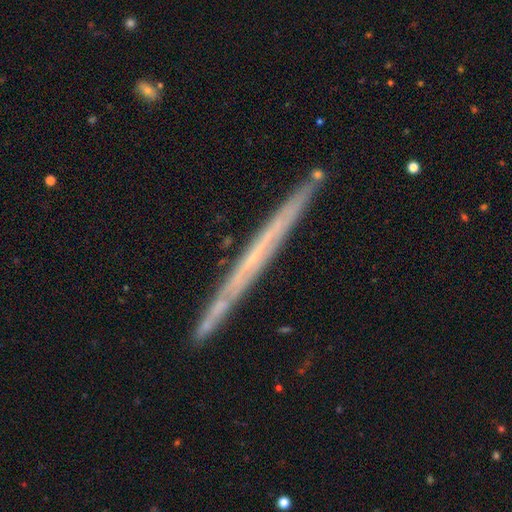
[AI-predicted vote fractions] Smooth or featured: featured or disk — 66% (smooth — 26%)
Edge-on disk: yes — 97% (no — 3%)
Edge-on bulge: none — 90% (rounded — 7%)
Merging: none — 90% (minor disturbance — 8%)